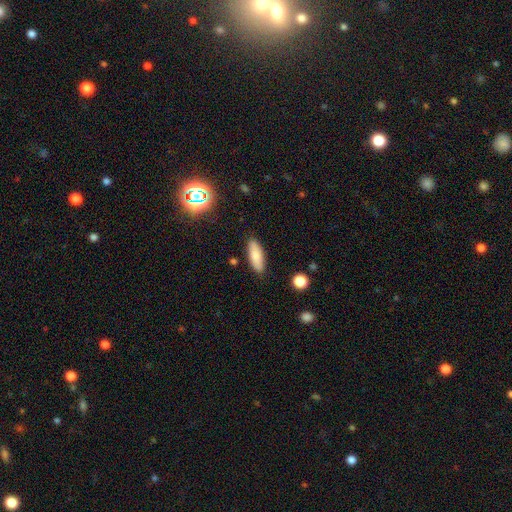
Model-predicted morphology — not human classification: Smooth or featured? smooth (80%)
How rounded? in between (61%)
Merging? none (87%)